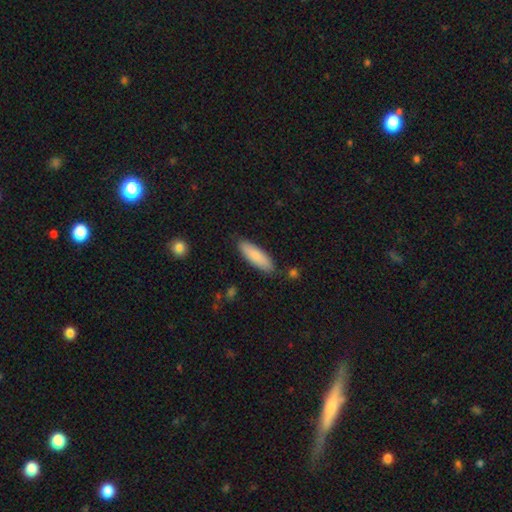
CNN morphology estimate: type=smooth (84%); roundness=in between (52%); merging=none (85%).